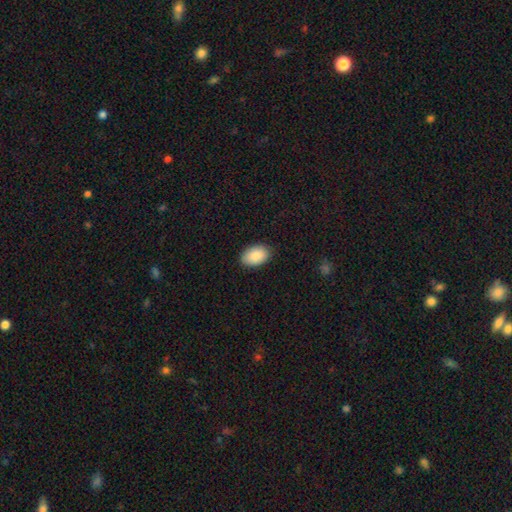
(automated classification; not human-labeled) Smooth or featured: smooth — 89% (star or artifact — 6%)
How rounded: in between — 93% (round — 6%)
Merging: none — 88% (minor disturbance — 10%)